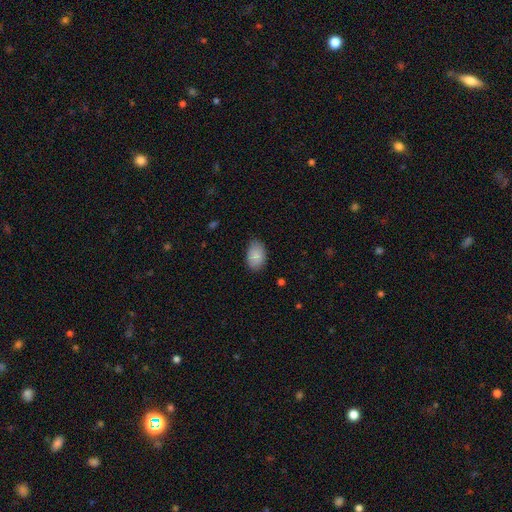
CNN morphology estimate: smooth 87%, featured or disk 6%, star or artifact 6%. Down the decision tree: how rounded — in between (89%); merging — none (77%).